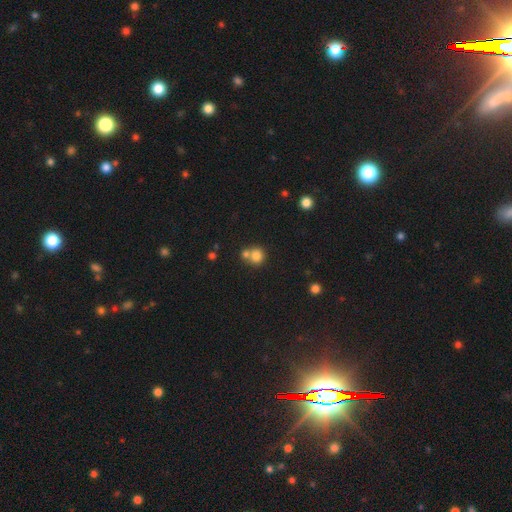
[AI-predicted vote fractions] The model was most divided on "merging": none: 48%, merger: 42%, minor disturbance: 8%, major disturbance: 3%. More confident: how rounded — round (85%); smooth or featured — smooth (79%).